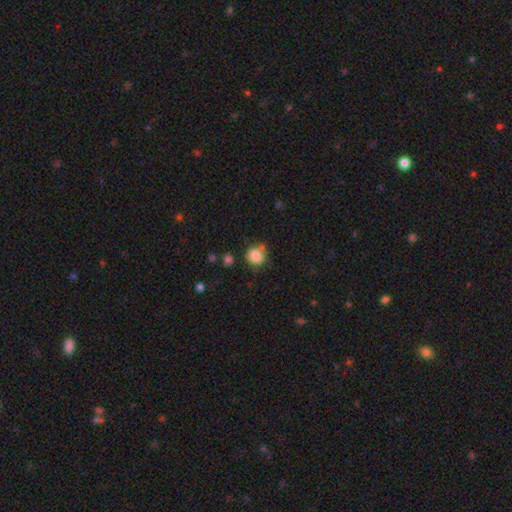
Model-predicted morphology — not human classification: Q: Smooth or featured?
A: smooth (81%); runner-up: star or artifact (10%)
Q: How rounded?
A: round (67%); runner-up: in between (32%)
Q: Merging?
A: none (55%); runner-up: minor disturbance (23%)